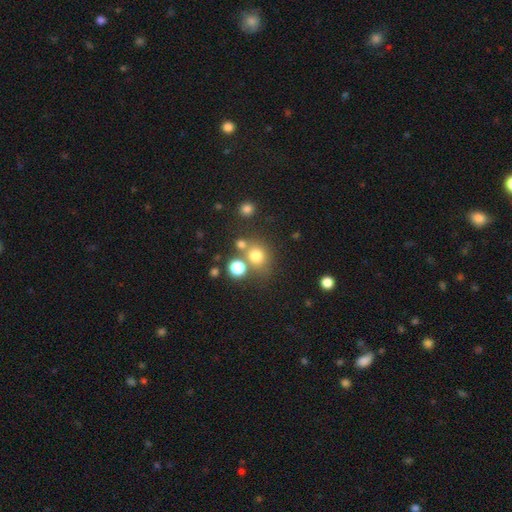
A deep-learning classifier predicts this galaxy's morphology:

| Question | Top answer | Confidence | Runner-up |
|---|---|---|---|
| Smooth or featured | smooth | 74% | star or artifact (17%) |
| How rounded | round | 81% | in between (18%) |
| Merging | none | 66% | merger (18%) |